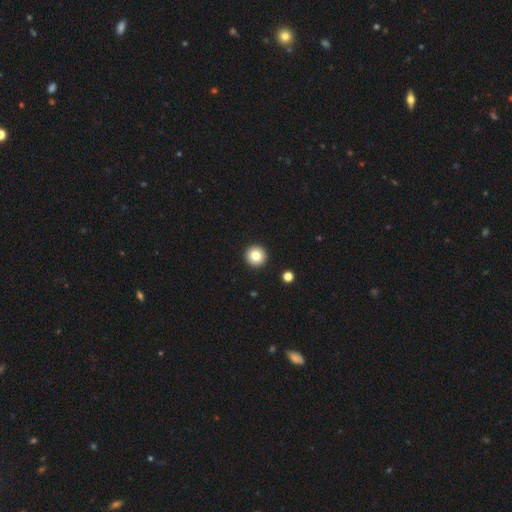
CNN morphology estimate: smooth_or_featured: smooth (p=0.81) [alt: star or artifact p=0.10]
how_rounded: round (p=0.96) [alt: in between p=0.03]
merging: none (p=0.94) [alt: minor disturbance p=0.04]